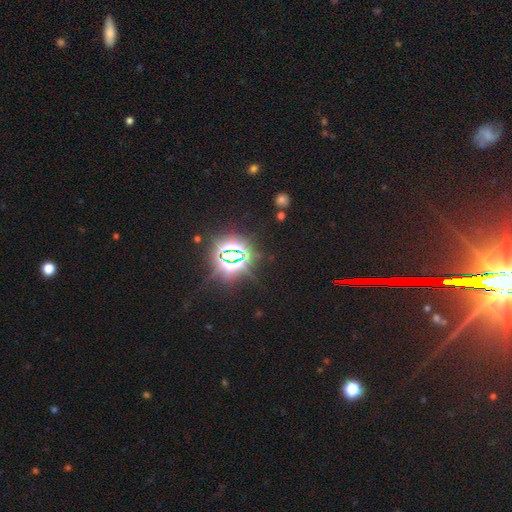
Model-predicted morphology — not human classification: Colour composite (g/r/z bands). It shows a star or artifact, not a galaxy (82%).